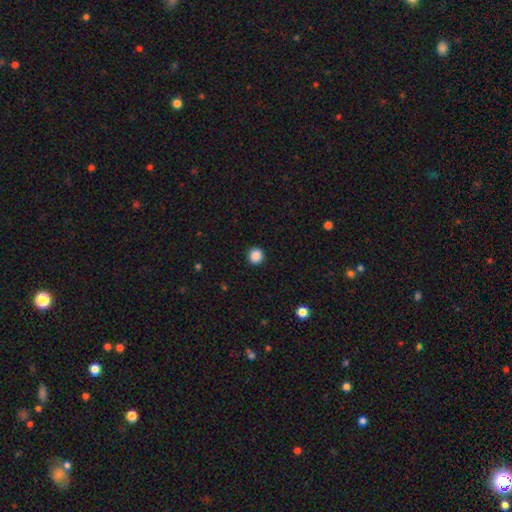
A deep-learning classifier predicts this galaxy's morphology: type=smooth (88%); roundness=round (91%); merging=none (92%).